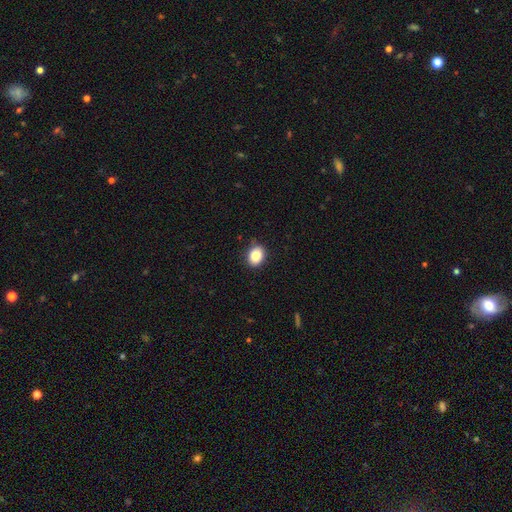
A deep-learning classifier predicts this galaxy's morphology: Overall: smooth (87%). How rounded: in between (60%; round 39%). Merging: none (83%).